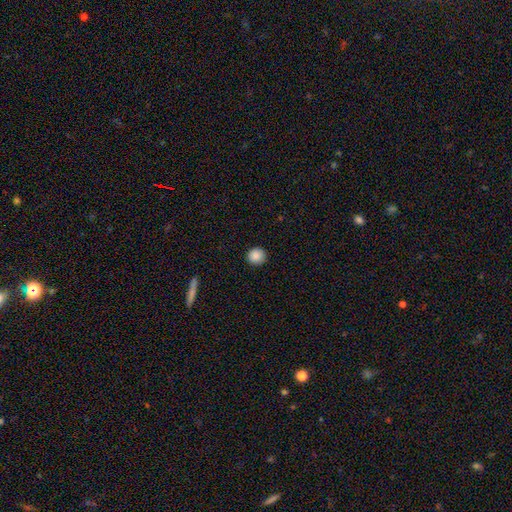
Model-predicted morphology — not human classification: Smooth or featured?
  - smooth: 89% *
  - star or artifact: 8%
  - featured or disk: 3%
How rounded?
  - round: 91% *
  - in between: 8%
  - cigar-shaped: 1%
Merging?
  - none: 91% *
  - minor disturbance: 6%
  - major disturbance: 2%
  - merger: 1%